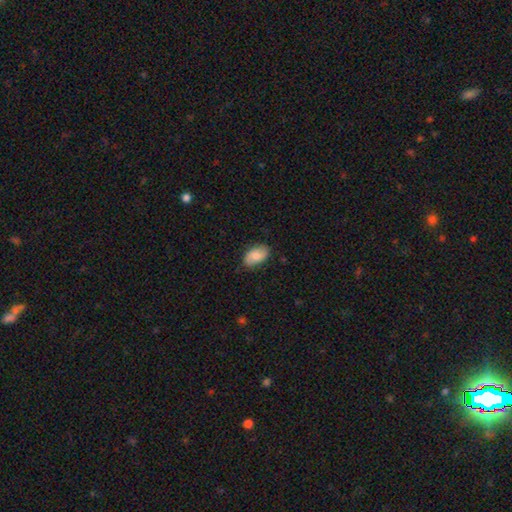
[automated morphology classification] type=smooth (73%); roundness=in between (93%); merging=none (80%).